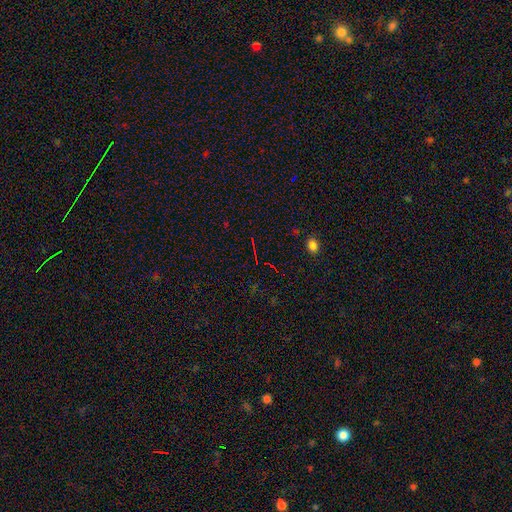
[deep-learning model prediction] Smooth or featured: star or artifact — 70% (smooth — 17%)